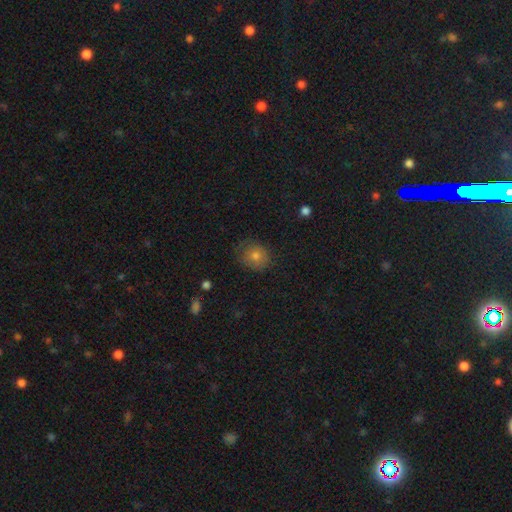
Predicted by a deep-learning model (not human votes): This appears to be a smooth galaxy with no disk features (75%) that is round (72%). Merging: none (78%).